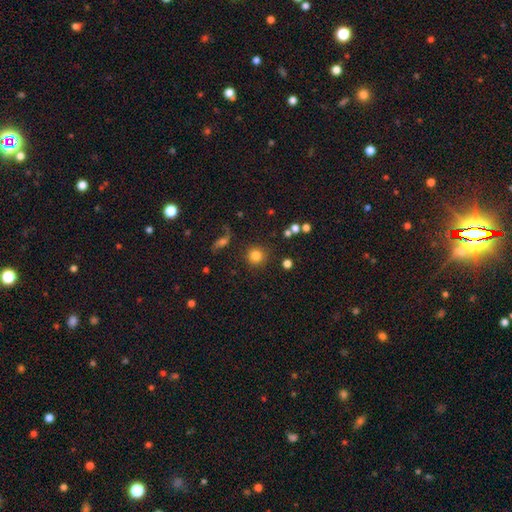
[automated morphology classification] smooth_or_featured: smooth (p=0.81) [alt: star or artifact p=0.12]
how_rounded: round (p=0.93) [alt: in between p=0.06]
merging: none (p=0.86) [alt: minor disturbance p=0.07]